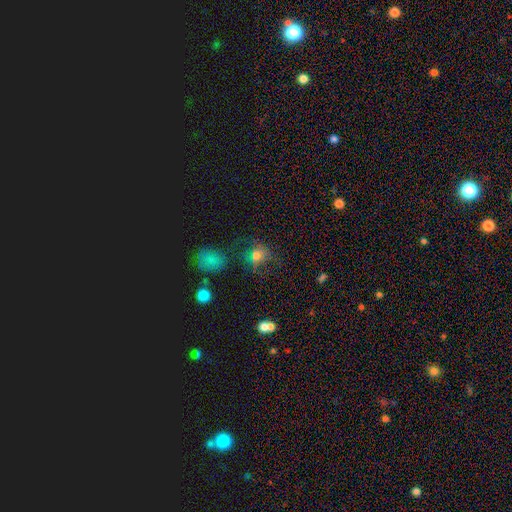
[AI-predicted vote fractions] The model was most divided on "how rounded": round: 70%, in between: 29%, cigar-shaped: 2%. More confident: smooth or featured — smooth (68%); merging — none (62%).